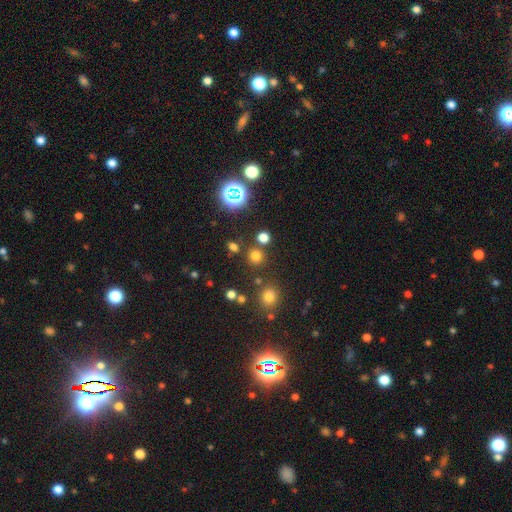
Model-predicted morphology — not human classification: type=smooth (69%); roundness=round (90%); merging=none (81%).